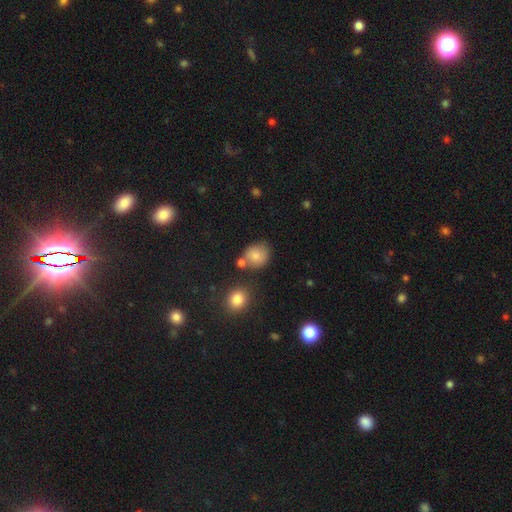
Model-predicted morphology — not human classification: smooth 77%, featured or disk 12%, star or artifact 11%. Down the decision tree: how rounded — round (71%); merging — none (65%).